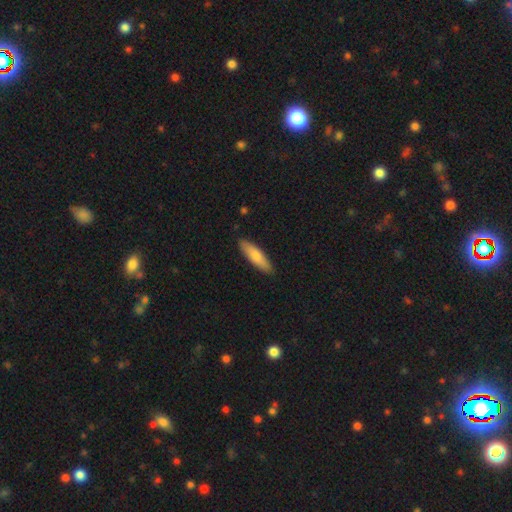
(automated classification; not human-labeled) Smooth or featured? smooth (76%)
How rounded? cigar-shaped (62%)
Merging? none (89%)